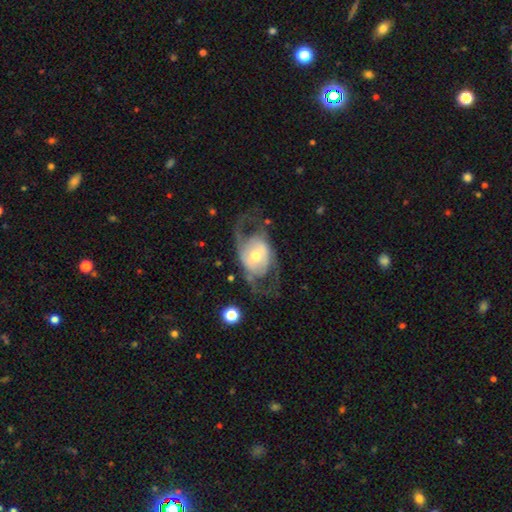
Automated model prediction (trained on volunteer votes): This is likely a featured or disk galaxy (73%). It is clearly not viewed edge-on (94%). Bar: likely no (64%). Spiral arm pattern: likely yes (69%). Central bulge: likely moderate (64%). Merging: possibly none (51%).